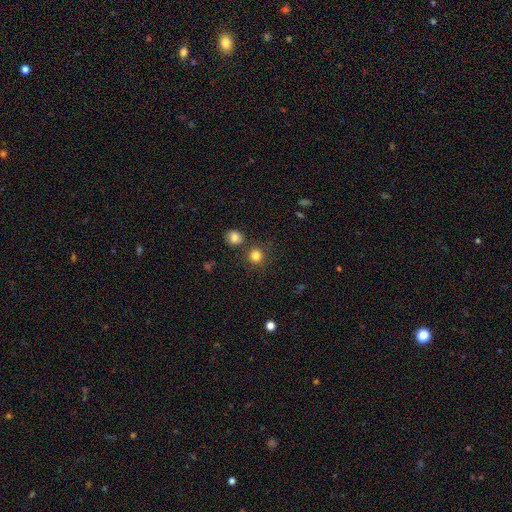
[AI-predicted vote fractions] Q: Smooth or featured?
A: smooth (82%); runner-up: star or artifact (13%)
Q: How rounded?
A: round (89%); runner-up: in between (10%)
Q: Merging?
A: none (79%); runner-up: merger (10%)